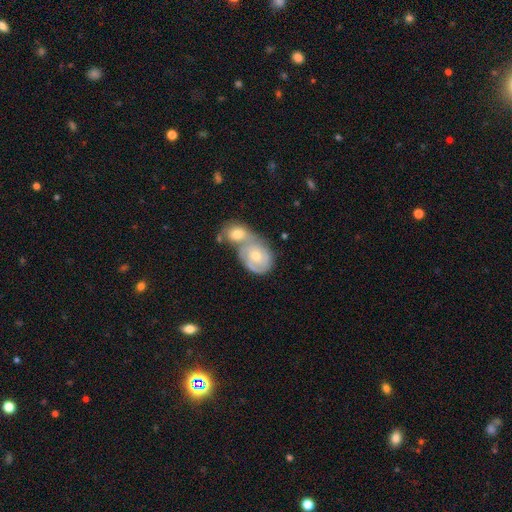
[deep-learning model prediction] smooth_or_featured: featured or disk (p=0.63) [alt: smooth p=0.29]
disk_edge_on: no (p=0.96) [alt: yes p=0.04]
bar: no (p=0.75) [alt: weak p=0.20]
has_spiral_arms: yes (p=0.77) [alt: no p=0.23]
bulge_size: moderate (p=0.57) [alt: small p=0.38]
merging: merger (p=0.64) [alt: none p=0.24]